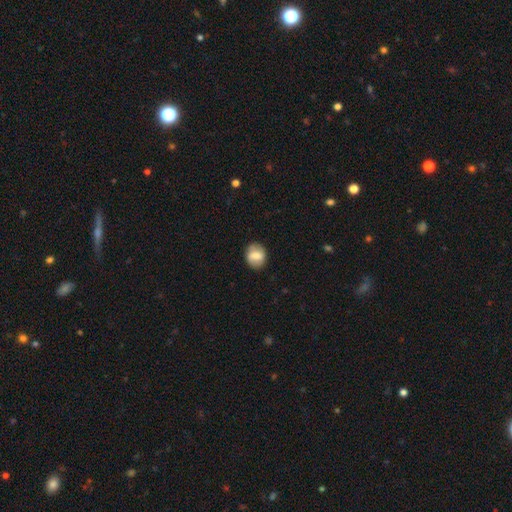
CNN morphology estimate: Smooth or featured?
  - smooth: 64% *
  - featured or disk: 28%
  - star or artifact: 8%
How rounded?
  - round: 61% *
  - in between: 38%
  - cigar-shaped: 1%
Merging?
  - none: 82% *
  - minor disturbance: 13%
  - major disturbance: 4%
  - merger: 1%